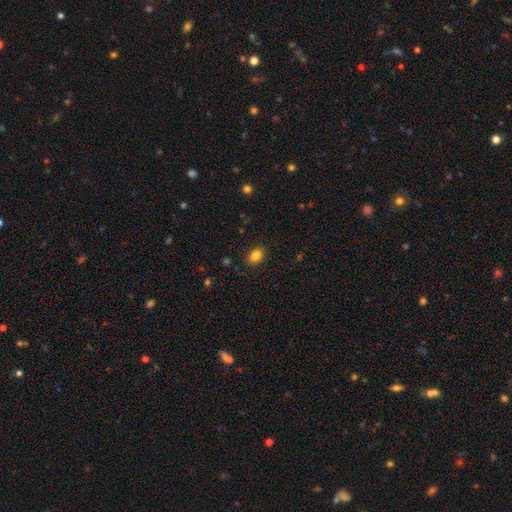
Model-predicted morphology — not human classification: This is clearly a smooth galaxy (84%). How rounded: likely in between (74%). Merging: clearly none (88%).